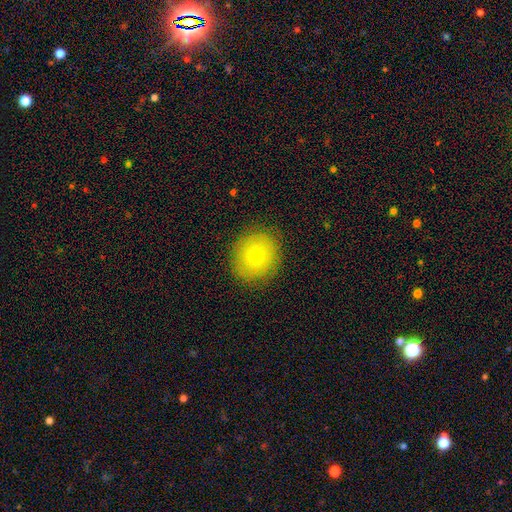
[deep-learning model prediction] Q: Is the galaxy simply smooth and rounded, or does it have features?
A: smooth — 70%.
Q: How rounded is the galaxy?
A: round — 81%.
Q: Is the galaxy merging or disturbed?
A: none — 87%.